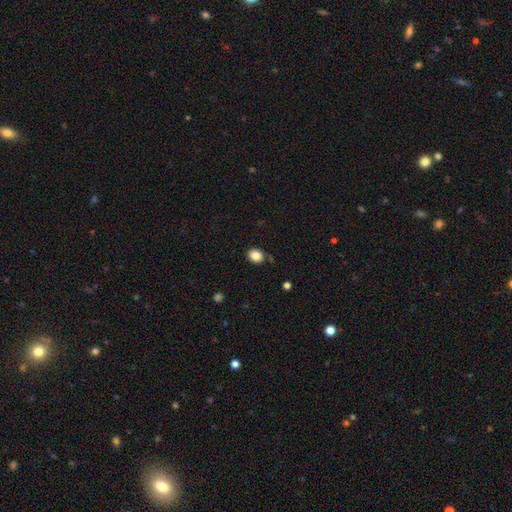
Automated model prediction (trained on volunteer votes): This appears to be a smooth galaxy with no disk features (86%) that is round (55%). Merging: none (82%).